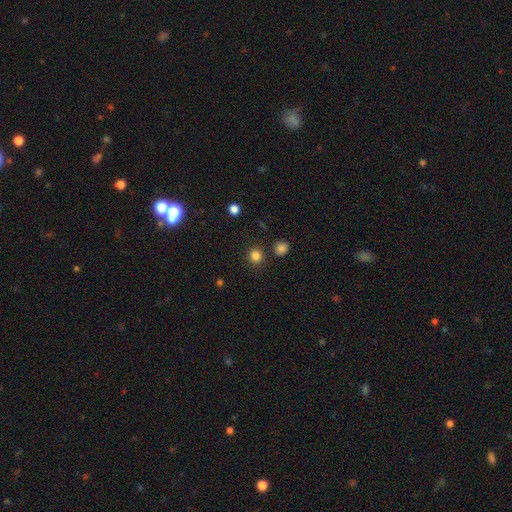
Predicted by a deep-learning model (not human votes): Smooth or featured: smooth — 83% (star or artifact — 13%)
How rounded: round — 91% (in between — 8%)
Merging: none — 86% (minor disturbance — 7%)